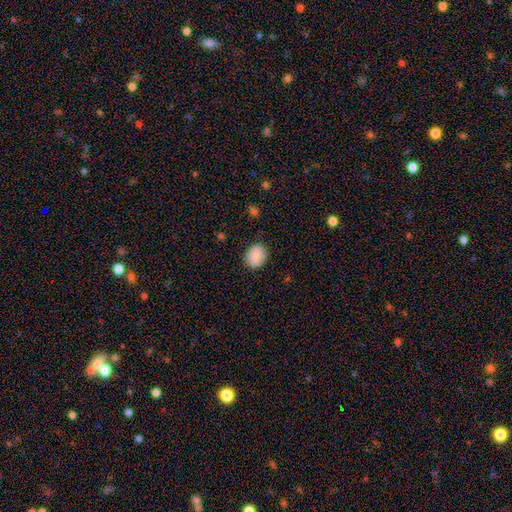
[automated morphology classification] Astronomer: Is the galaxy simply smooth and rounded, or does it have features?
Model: smooth — 87%.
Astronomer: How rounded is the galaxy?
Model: in between — 54% (runner-up: round, 45%).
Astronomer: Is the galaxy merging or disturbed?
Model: none — 83%.